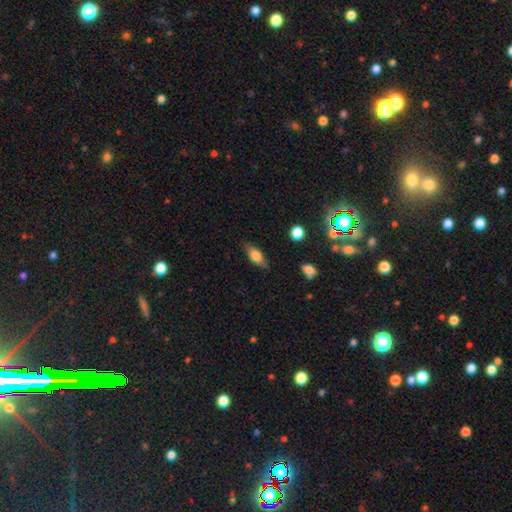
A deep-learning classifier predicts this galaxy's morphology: A smooth galaxy with no disk features (65%) that is in between round and cigar-shaped (76%).

Vote fractions:
- Smooth or featured? smooth: 65% / featured or disk: 27% / star or artifact: 8%
- How rounded? in between: 76% / cigar-shaped: 18% / round: 6%
- Merging? none: 79% / minor disturbance: 16% / major disturbance: 4% / merger: 1%